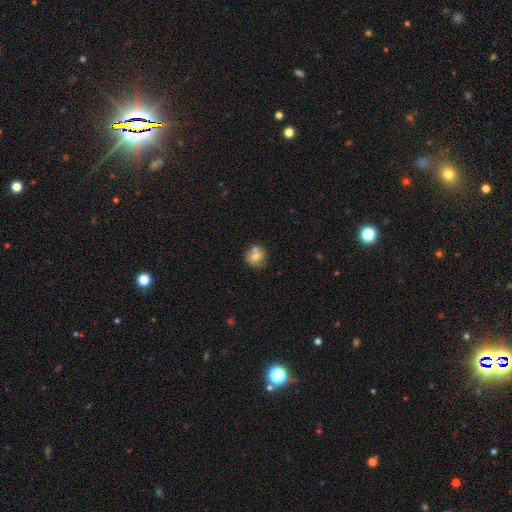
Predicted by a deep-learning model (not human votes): Smooth or featured? smooth (68%)
How rounded? round (85%)
Merging? none (59%)